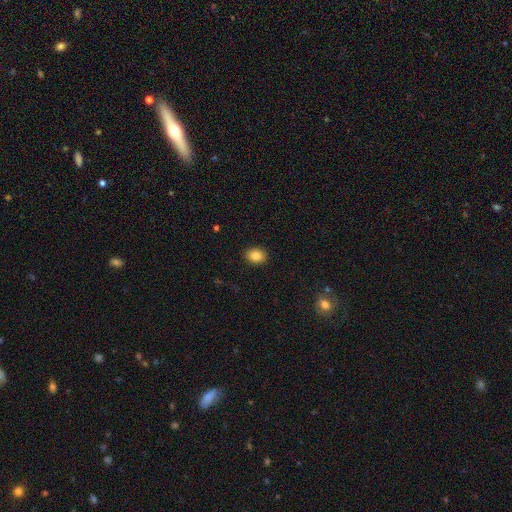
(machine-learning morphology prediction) type=smooth (84%); roundness=in between (64%); merging=none (90%).